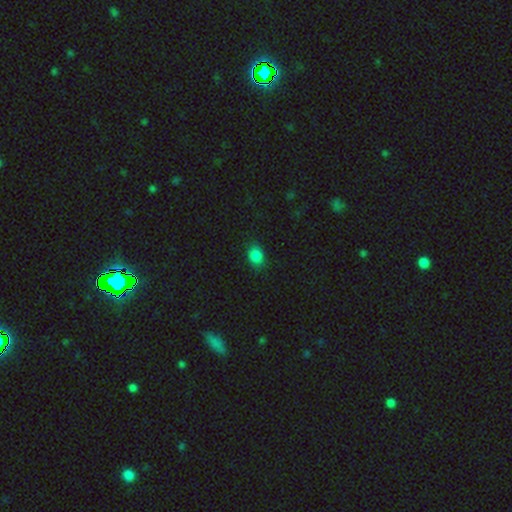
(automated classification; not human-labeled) A smooth galaxy with no disk features (85%) that is in between round and cigar-shaped (60%).

Vote fractions:
- Smooth or featured? smooth: 85% / star or artifact: 11% / featured or disk: 4%
- How rounded? in between: 60% / round: 39% / cigar-shaped: 1%
- Merging? none: 82% / minor disturbance: 14% / major disturbance: 3% / merger: 1%